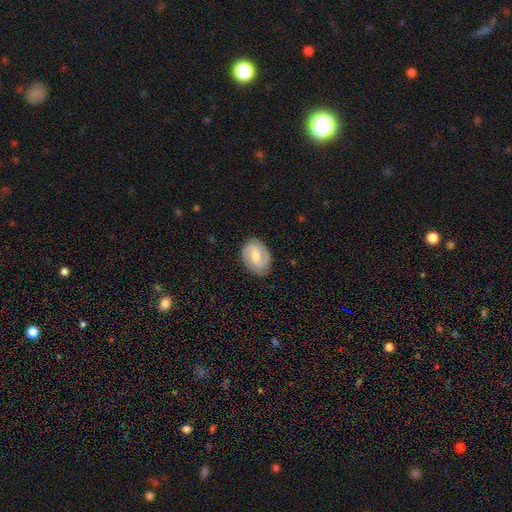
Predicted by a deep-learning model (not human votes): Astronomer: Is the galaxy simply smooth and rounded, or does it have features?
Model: featured or disk — 63%.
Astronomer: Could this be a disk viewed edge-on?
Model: no — 97%.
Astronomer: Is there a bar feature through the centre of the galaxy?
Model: weak — 52% (runner-up: no, 34%).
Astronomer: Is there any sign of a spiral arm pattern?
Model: yes — 91%.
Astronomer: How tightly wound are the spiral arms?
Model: medium — 45% (runner-up: tight, 36%).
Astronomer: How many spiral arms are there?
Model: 2 — 76%.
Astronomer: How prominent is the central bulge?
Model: small — 49% (runner-up: moderate, 43%).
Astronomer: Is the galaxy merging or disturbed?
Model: none — 80%.